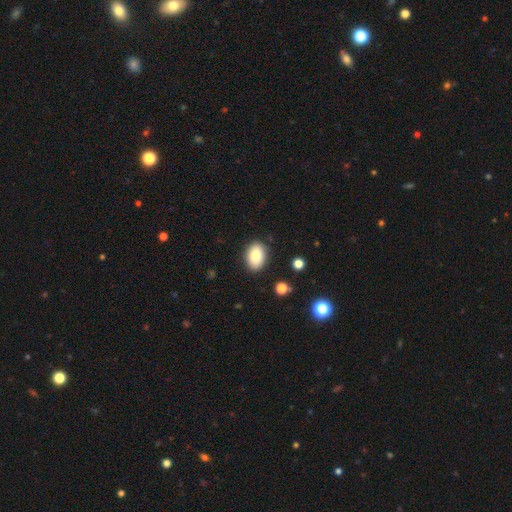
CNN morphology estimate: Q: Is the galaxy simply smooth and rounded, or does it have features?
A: smooth — 82%.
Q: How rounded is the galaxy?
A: in between — 85%.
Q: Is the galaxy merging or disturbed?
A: none — 87%.